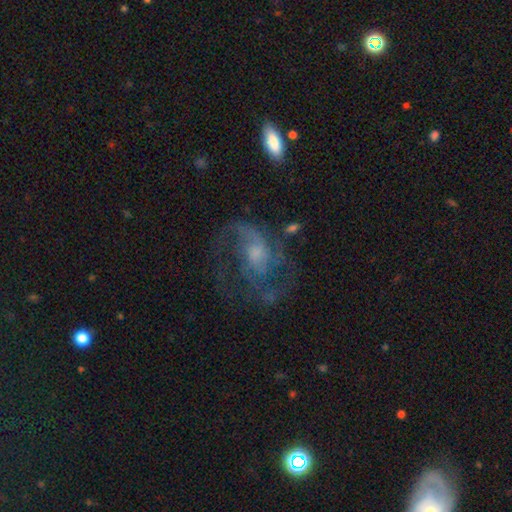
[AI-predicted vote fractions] Q: Smooth or featured?
A: featured or disk (78%); runner-up: star or artifact (12%)
Q: Edge-on disk?
A: no (97%); runner-up: yes (3%)
Q: Bar?
A: no (60%); runner-up: weak (33%)
Q: Spiral arms?
A: yes (90%); runner-up: no (10%)
Q: Spiral winding?
A: medium (50%); runner-up: loose (28%)
Q: Spiral arm count?
A: 2 (53%); runner-up: can't tell (19%)
Q: Bulge size?
A: small (44%); runner-up: moderate (38%)
Q: Merging?
A: none (60%); runner-up: major disturbance (21%)